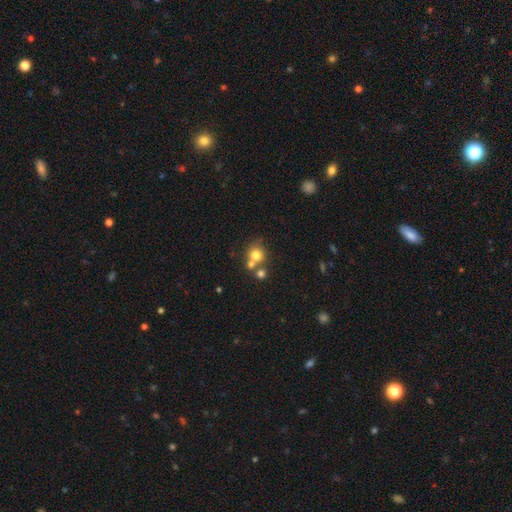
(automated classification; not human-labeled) Smooth or featured? Predicted: smooth (p=0.74). How rounded? Predicted: round (p=0.84). Merging? Predicted: none (p=0.47).